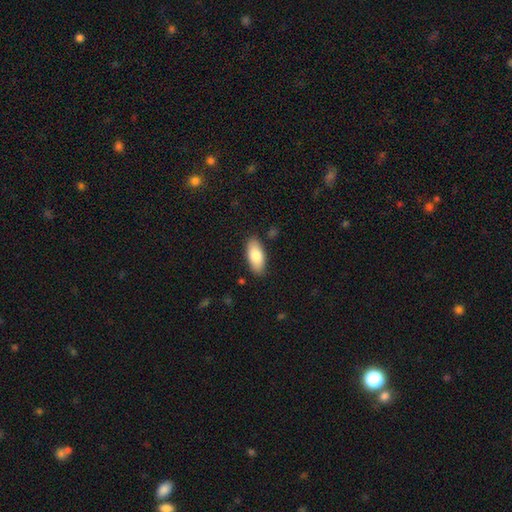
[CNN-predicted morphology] smooth 81%, featured or disk 13%, star or artifact 6%. Down the decision tree: how rounded — in between (88%); merging — none (86%).